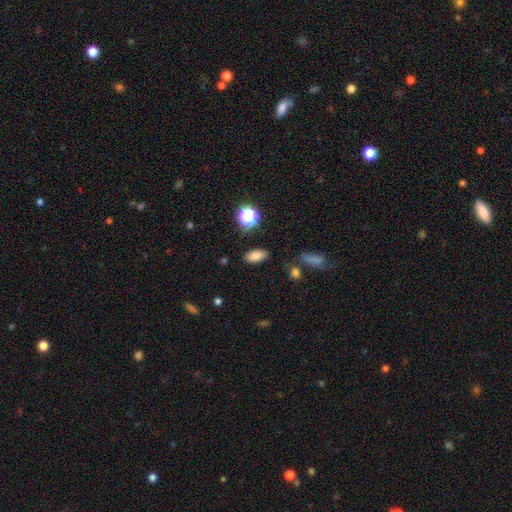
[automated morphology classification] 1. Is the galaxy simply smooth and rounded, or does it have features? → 81% smooth, 13% star or artifact, 6% featured or disk.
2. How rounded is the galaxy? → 88% in between, 7% round, 5% cigar-shaped.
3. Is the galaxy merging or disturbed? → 84% none, 10% minor disturbance, 3% major disturbance, 2% merger.